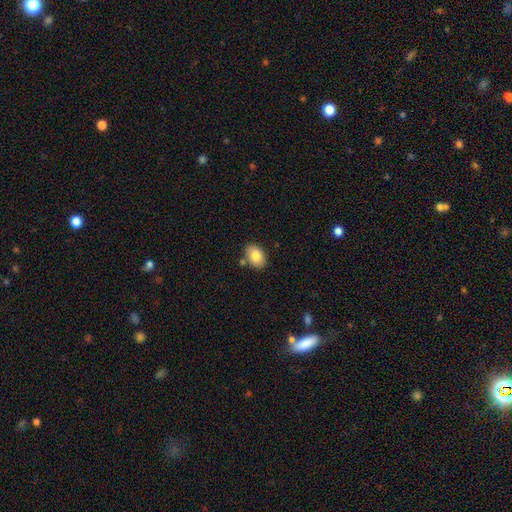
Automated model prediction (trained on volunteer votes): Smooth or featured? Predicted: smooth (p=0.82). How rounded? Predicted: in between (p=0.82). Merging? Predicted: none (p=0.79).